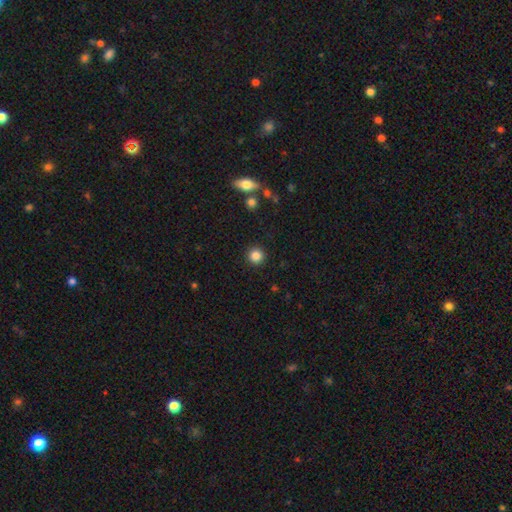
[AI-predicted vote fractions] Smooth or featured? Predicted: smooth (p=0.85). How rounded? Predicted: round (p=0.95). Merging? Predicted: none (p=0.92).